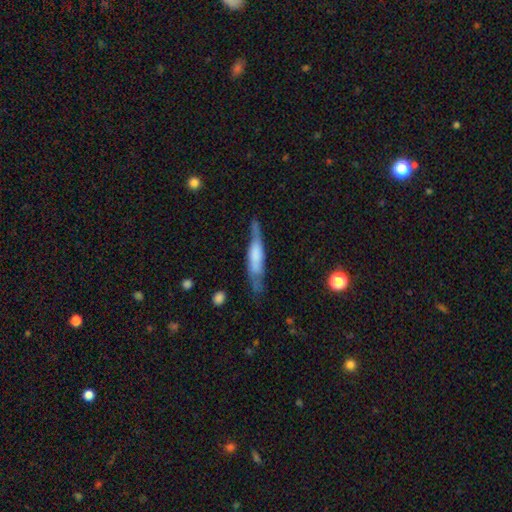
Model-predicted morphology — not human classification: A featured or disk galaxy (47%). Merging: none (58%).